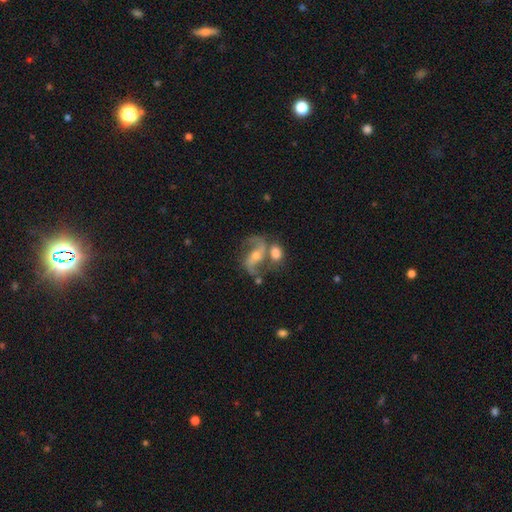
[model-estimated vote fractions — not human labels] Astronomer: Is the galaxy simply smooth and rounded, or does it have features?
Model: featured or disk — 83%.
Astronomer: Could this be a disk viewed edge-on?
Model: no — 96%.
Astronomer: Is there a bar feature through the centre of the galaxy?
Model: weak — 35%, tied with strong at 35%.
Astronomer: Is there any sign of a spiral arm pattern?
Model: yes — 94%.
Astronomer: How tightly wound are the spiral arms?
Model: loose — 55% (runner-up: medium, 36%).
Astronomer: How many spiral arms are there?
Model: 2 — 92%.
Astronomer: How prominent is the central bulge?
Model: moderate — 56% (runner-up: small, 36%).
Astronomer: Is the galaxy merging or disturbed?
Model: none — 50% (runner-up: merger, 28%).